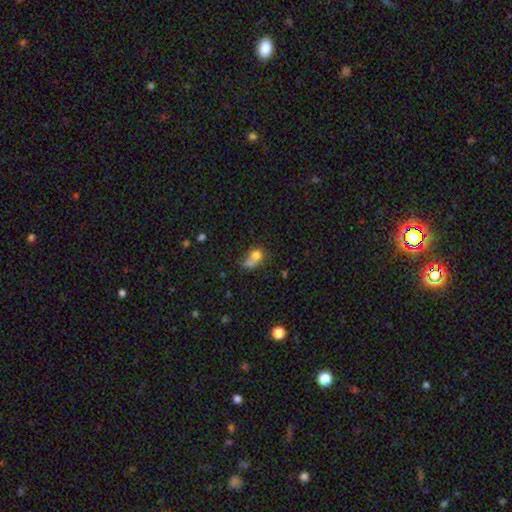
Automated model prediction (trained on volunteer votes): Overall: smooth (72%). How rounded: round (54%; in between 45%). Merging: merger (43%; none 25%).